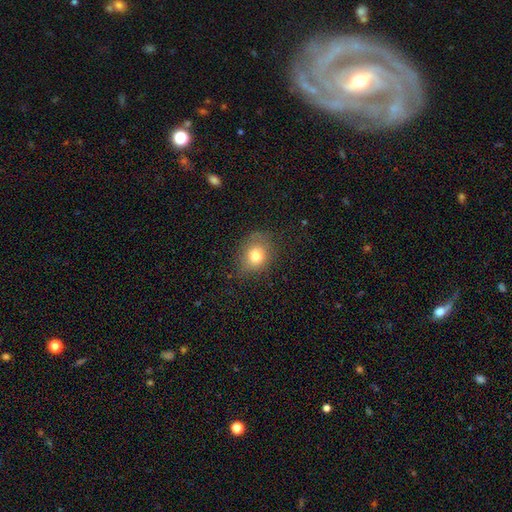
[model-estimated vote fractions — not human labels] Morphology: type=smooth (76%); roundness=round (55%); merging=none (72%).